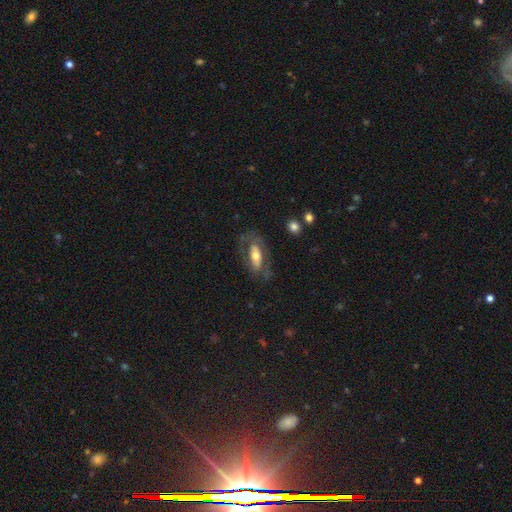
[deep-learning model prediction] smooth_or_featured: featured or disk (p=0.54) [alt: smooth p=0.40]
disk_edge_on: no (p=0.84) [alt: yes p=0.16]
merging: none (p=0.61) [alt: minor disturbance p=0.19]